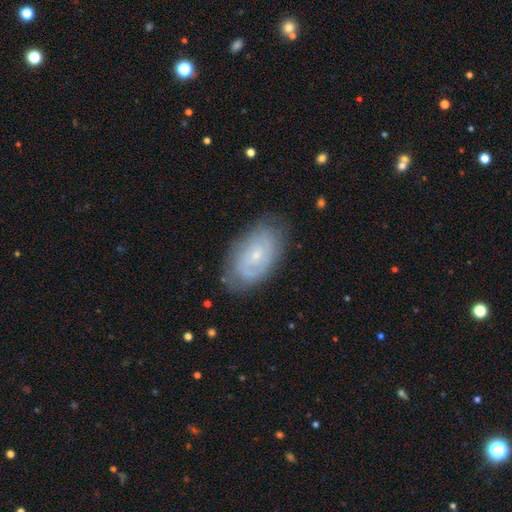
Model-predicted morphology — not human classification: This appears to be a featured or disk galaxy (65%) with no bar (60%), spiral arms (81%) and a small central bulge (78%). Merging: none (77%).